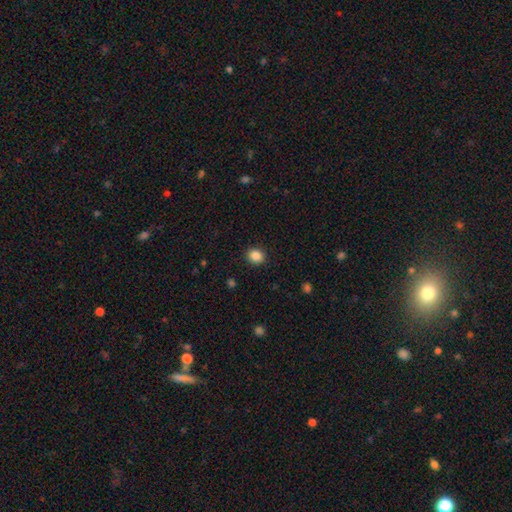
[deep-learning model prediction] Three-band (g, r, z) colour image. It shows a smooth galaxy with no disk features (87%) that is round (71%). Merging: none (90%).